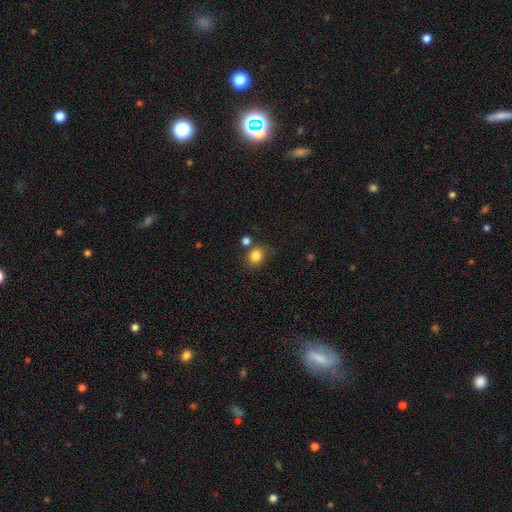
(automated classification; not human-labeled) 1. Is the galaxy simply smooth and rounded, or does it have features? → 83% smooth, 11% star or artifact, 6% featured or disk.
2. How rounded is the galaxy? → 65% round, 34% in between, 1% cigar-shaped.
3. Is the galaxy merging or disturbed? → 66% none, 15% minor disturbance, 14% merger, 5% major disturbance.